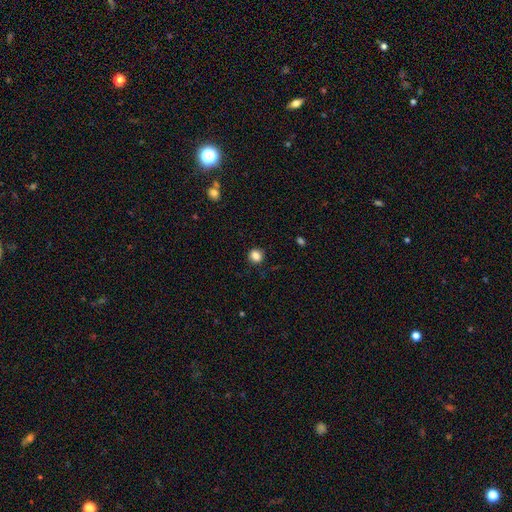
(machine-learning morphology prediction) Overall: smooth (85%). How rounded: round (79%). Merging: none (86%).